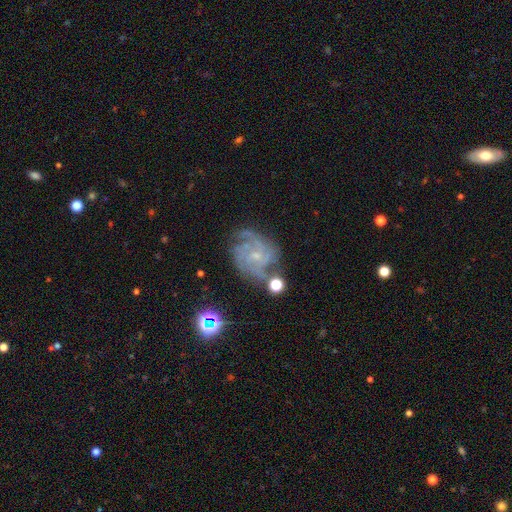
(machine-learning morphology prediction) Smooth or featured? featured or disk (83%)
Edge-on disk? no (98%)
Bar? no (64%)
Spiral arms? yes (96%)
Spiral winding? tight (54%)
Spiral arm count? 3 (28%)
Bulge size? small (76%)
Merging? none (66%)